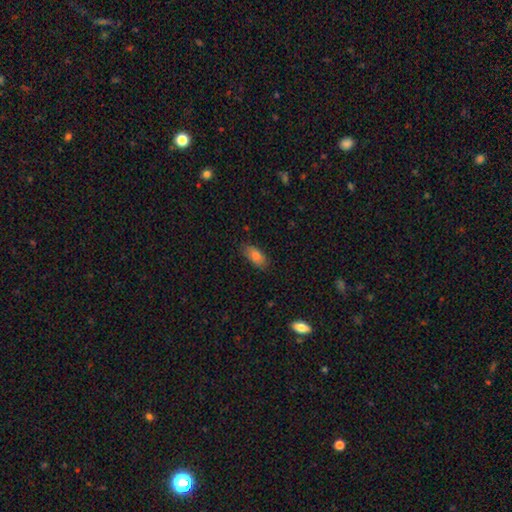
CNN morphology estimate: This appears to be a smooth galaxy with no disk features (81%) that is in between round and cigar-shaped (83%). Merging: none (80%).